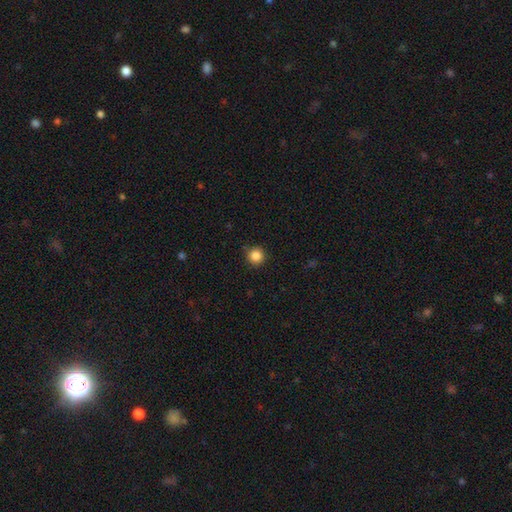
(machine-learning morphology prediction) The model was most divided on "smooth or featured": smooth: 86%, star or artifact: 10%, featured or disk: 4%. More confident: how rounded — round (95%); merging — none (90%).